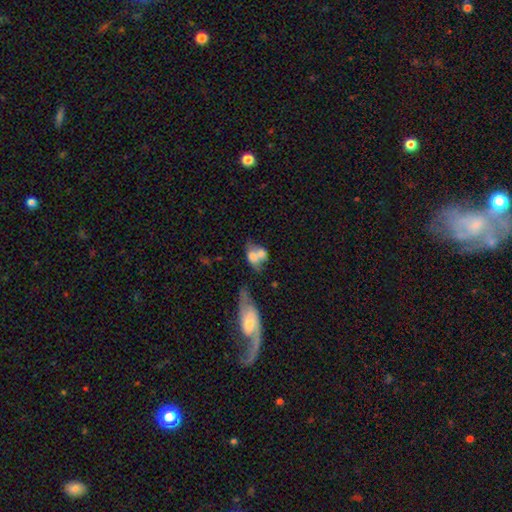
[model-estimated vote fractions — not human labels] Q: Smooth or featured?
A: smooth (65%); runner-up: featured or disk (26%)
Q: How rounded?
A: in between (68%); runner-up: round (29%)
Q: Merging?
A: merger (62%); runner-up: none (17%)